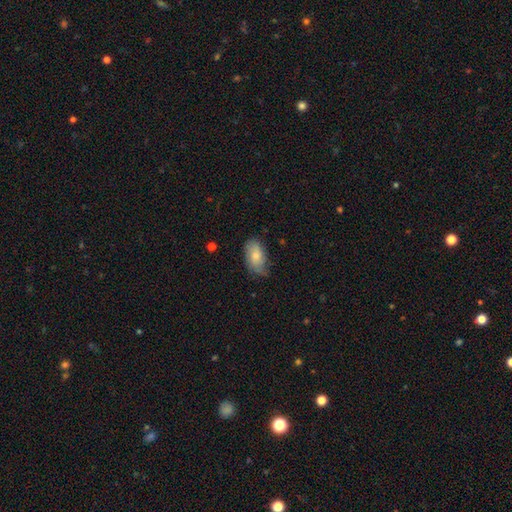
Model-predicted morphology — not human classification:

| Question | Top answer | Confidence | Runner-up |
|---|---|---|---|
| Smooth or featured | smooth | 71% | featured or disk (23%) |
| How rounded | in between | 92% | round (5%) |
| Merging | none | 59% | minor disturbance (32%) |